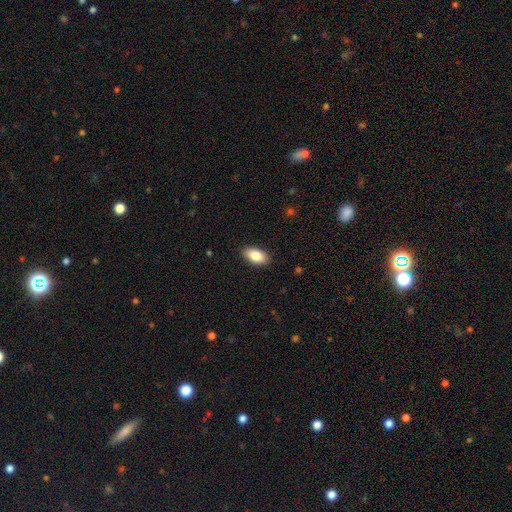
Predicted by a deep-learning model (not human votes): Smooth or featured: smooth — 85% (featured or disk — 8%)
How rounded: in between — 93% (round — 3%)
Merging: none — 89% (minor disturbance — 9%)